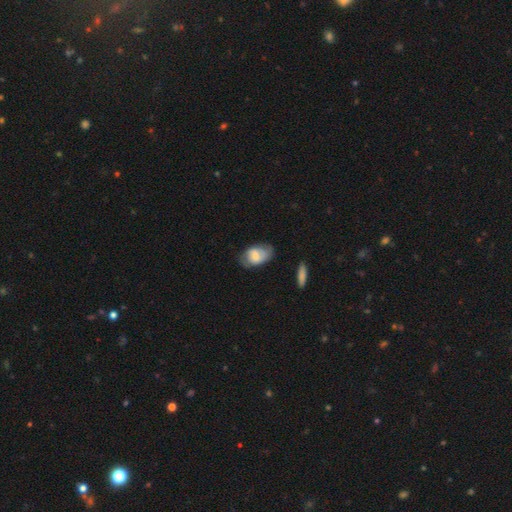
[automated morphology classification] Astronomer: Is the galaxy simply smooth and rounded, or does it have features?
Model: smooth — 60%.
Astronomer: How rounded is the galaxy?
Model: in between — 88%.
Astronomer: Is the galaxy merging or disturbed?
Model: none — 60%.